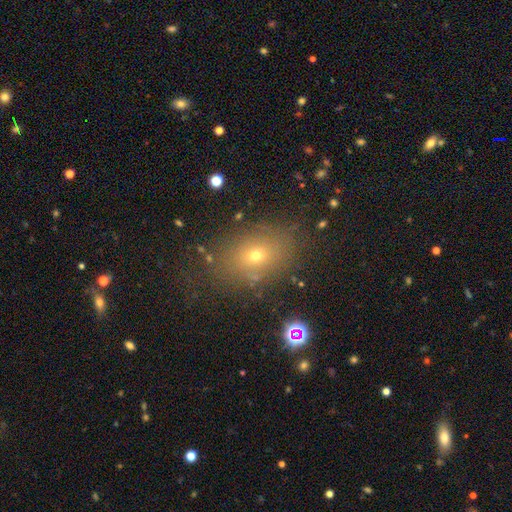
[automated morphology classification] Smooth or featured? smooth (62%)
How rounded? in between (67%)
Merging? none (78%)